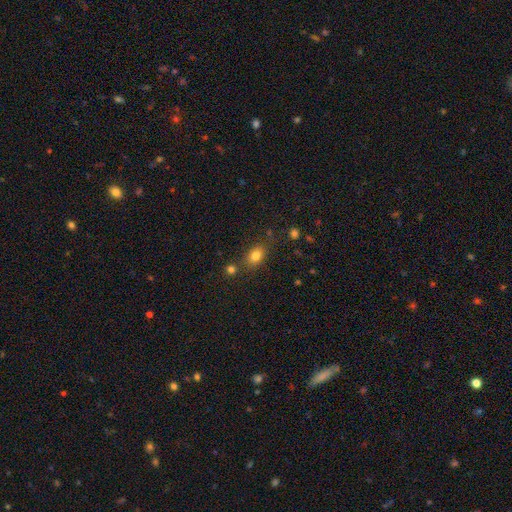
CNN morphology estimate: type=smooth (81%); roundness=in between (77%); merging=none (73%).